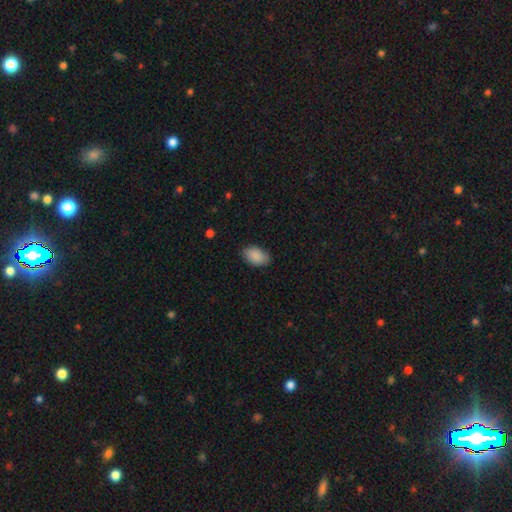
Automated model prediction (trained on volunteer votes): This is clearly a smooth galaxy (89%). How rounded: clearly in between (91%). Merging: clearly none (85%).